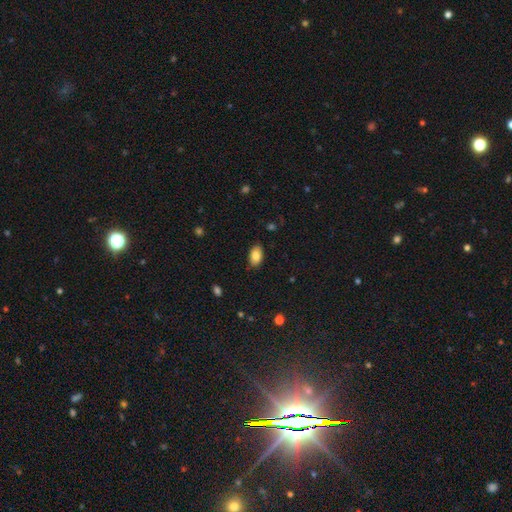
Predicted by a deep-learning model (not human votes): This is clearly a smooth galaxy (85%). How rounded: clearly in between (91%). Merging: clearly none (84%).